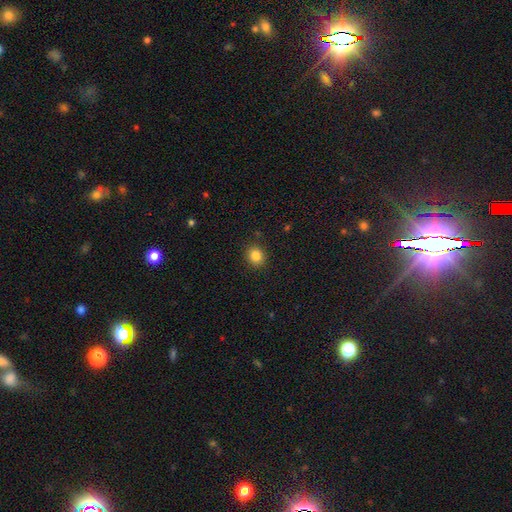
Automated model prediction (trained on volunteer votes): The model was most divided on "how rounded": round: 81%, in between: 18%, cigar-shaped: 1%. More confident: merging — none (90%); smooth or featured — smooth (83%).